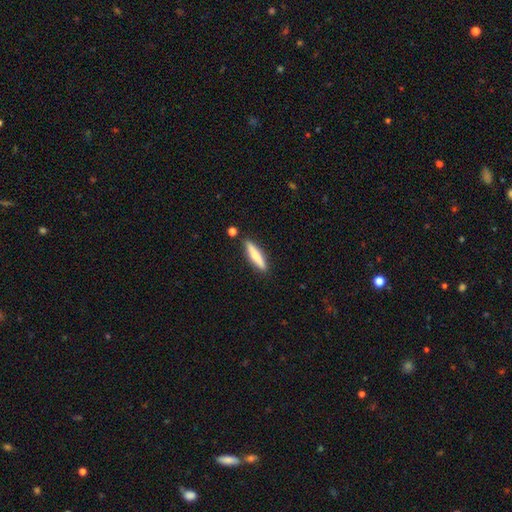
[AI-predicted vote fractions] Smooth or featured: smooth — 66% (featured or disk — 28%)
How rounded: cigar-shaped — 85% (in between — 13%)
Merging: none — 86% (minor disturbance — 8%)